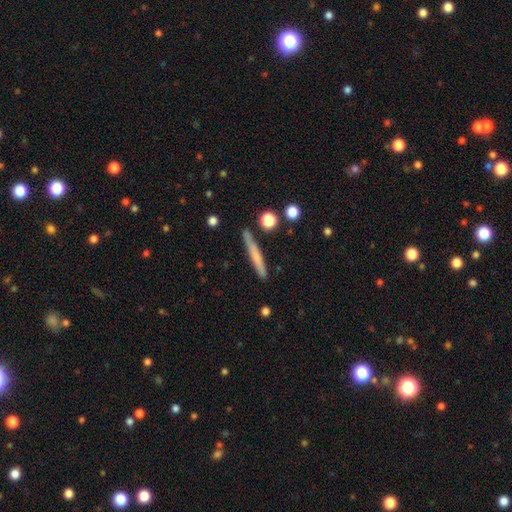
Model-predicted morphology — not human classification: This appears to be a smooth galaxy with no disk features (61%) that is cigar-shaped (95%). Merging: none (84%).